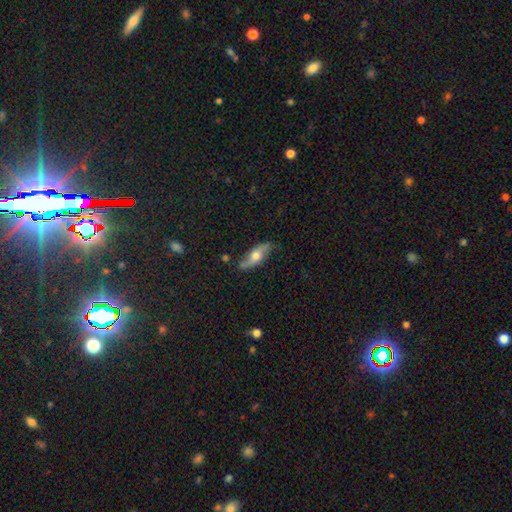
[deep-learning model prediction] Morphology: type=featured or disk (57%); edge-on=no (51%); merging=none (76%).